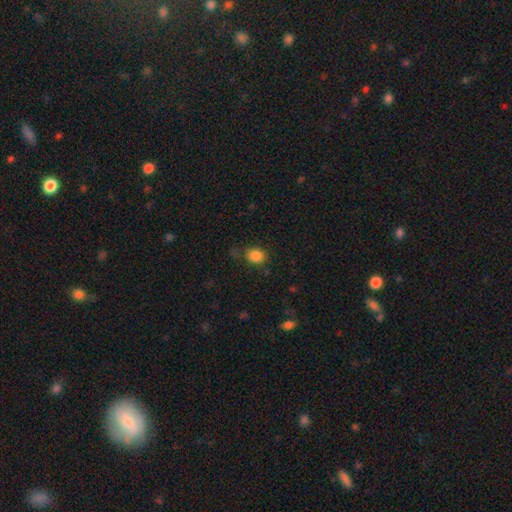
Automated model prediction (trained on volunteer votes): A smooth galaxy with no disk features (85%) that is round (63%). Merging: none (72%).